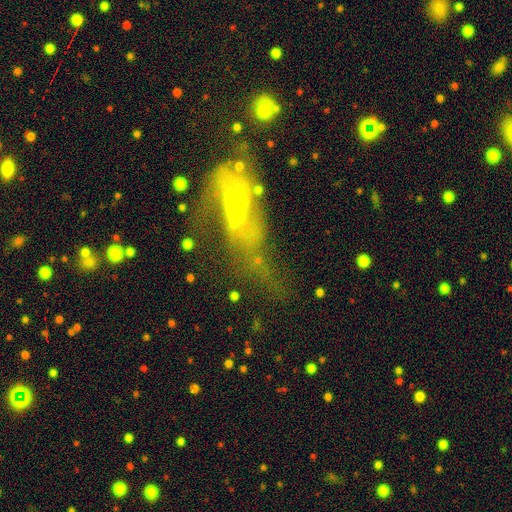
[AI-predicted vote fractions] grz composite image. It shows a featured or disk galaxy (54%). Merging: major disturbance (41%).